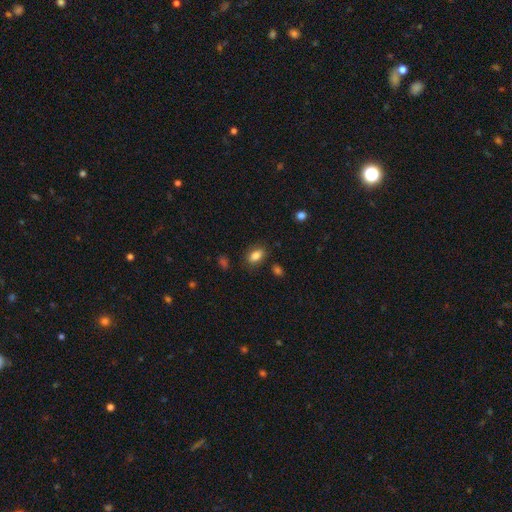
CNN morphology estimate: smooth_or_featured: smooth (p=0.85) [alt: star or artifact p=0.09]
how_rounded: in between (p=0.87) [alt: round p=0.11]
merging: none (p=0.81) [alt: minor disturbance p=0.13]